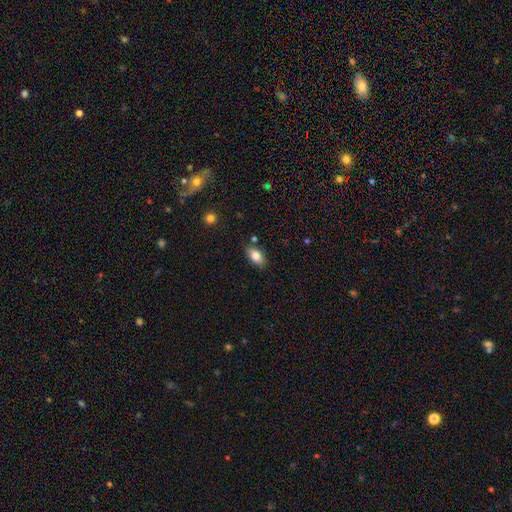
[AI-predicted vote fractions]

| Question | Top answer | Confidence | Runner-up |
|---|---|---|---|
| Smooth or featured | smooth | 83% | featured or disk (10%) |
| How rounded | in between | 92% | round (5%) |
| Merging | none | 83% | minor disturbance (11%) |